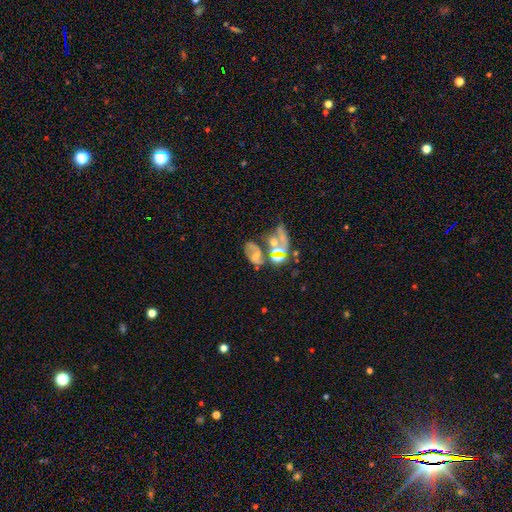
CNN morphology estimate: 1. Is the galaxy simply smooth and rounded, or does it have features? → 53% featured or disk, 29% smooth, 19% star or artifact.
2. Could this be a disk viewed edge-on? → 96% no, 4% yes.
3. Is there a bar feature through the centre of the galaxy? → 54% no, 33% weak, 13% strong.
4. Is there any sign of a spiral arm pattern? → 67% yes, 33% no.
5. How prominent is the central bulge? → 36% small, 35% moderate, 21% none, 6% large, 2% dominant.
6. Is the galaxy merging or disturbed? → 38% merger, 30% none, 17% major disturbance, 15% minor disturbance.